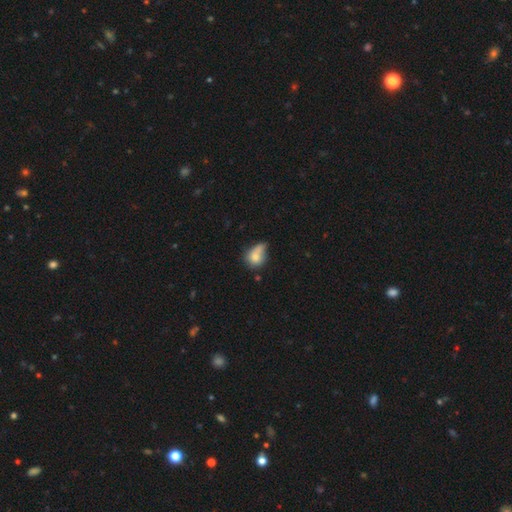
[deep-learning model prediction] This is likely a smooth galaxy (73%). How rounded: possibly in between (54%). Merging: marginally minor disturbance (35%).